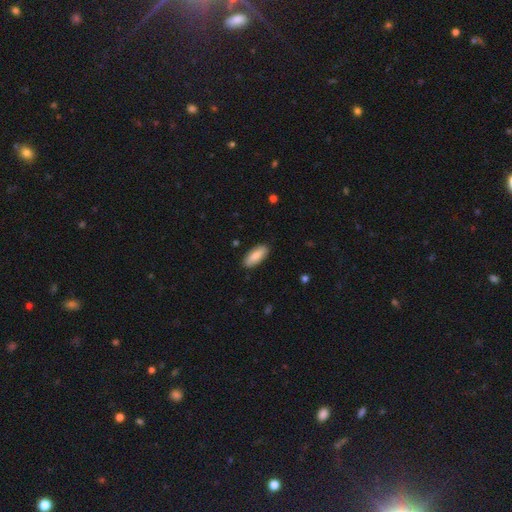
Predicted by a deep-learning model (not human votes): A smooth galaxy with no disk features (81%) that is in between round and cigar-shaped (79%). Merging: none (88%).